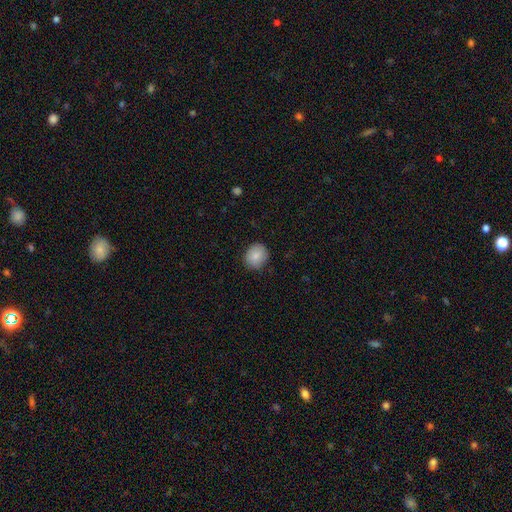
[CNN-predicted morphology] Smooth or featured? smooth (85%)
How rounded? round (76%)
Merging? none (85%)